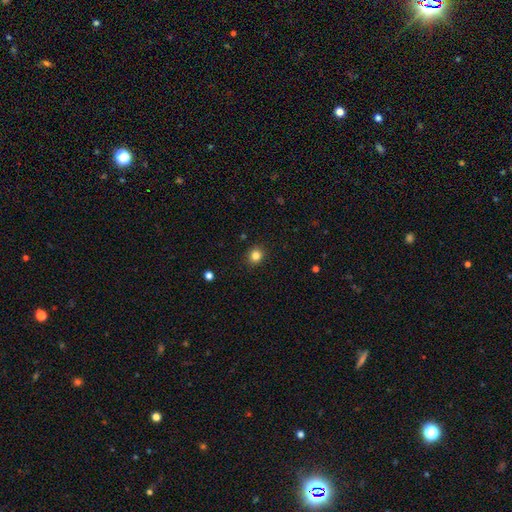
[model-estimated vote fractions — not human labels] Overall: smooth (83%). How rounded: round (82%). Merging: none (90%).